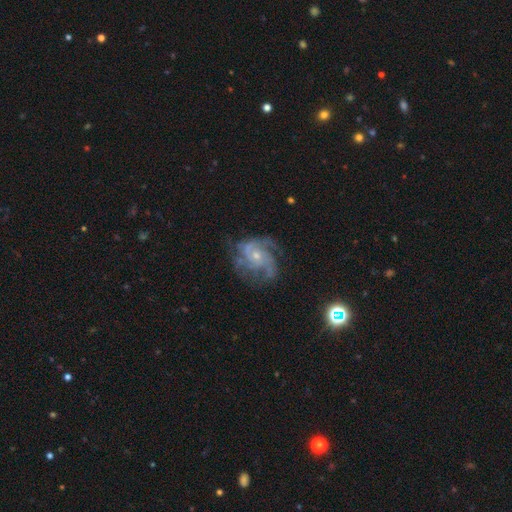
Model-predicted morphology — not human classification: Smooth or featured?
  - featured or disk: 87% *
  - star or artifact: 7%
  - smooth: 6%
Edge-on disk?
  - no: 98% *
  - yes: 2%
Bar?
  - no: 74% *
  - weak: 22%
  - strong: 4%
Spiral arms?
  - yes: 96% *
  - no: 4%
Spiral winding?
  - medium: 47% *
  - tight: 42%
  - loose: 12%
Spiral arm count?
  - 3: 39% *
  - can't tell: 17%
  - 2: 17%
  - 4: 15%
  - more than 4: 6%
  - 1: 6%
Bulge size?
  - small: 70% *
  - moderate: 25%
  - none: 2%
  - large: 1%
  - dominant: 1%
Merging?
  - none: 63% *
  - minor disturbance: 21%
  - major disturbance: 14%
  - merger: 2%